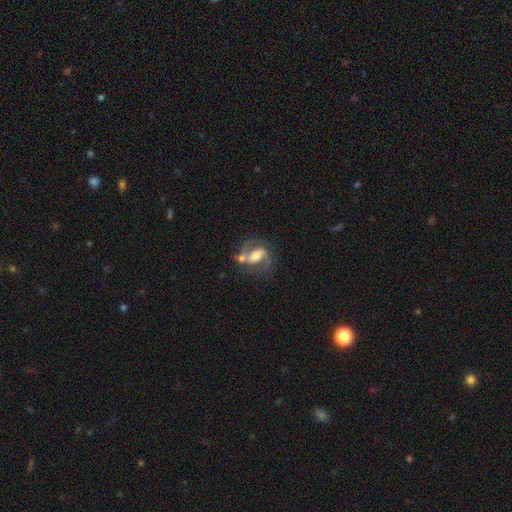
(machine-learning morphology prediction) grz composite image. It shows a featured or disk galaxy (79%) with a strong bar (43%), 2 (88%) medium (55%) spiral arms (91%) and a moderate central bulge (53%). Merging: none (53%).